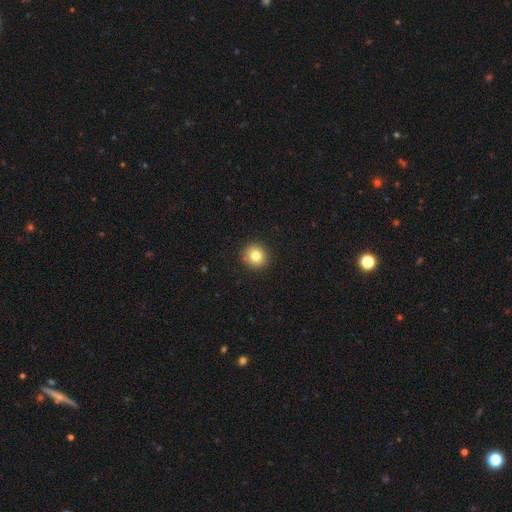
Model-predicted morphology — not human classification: smooth 81%, star or artifact 11%, featured or disk 8%. Down the decision tree: how rounded — round (90%); merging — none (90%).